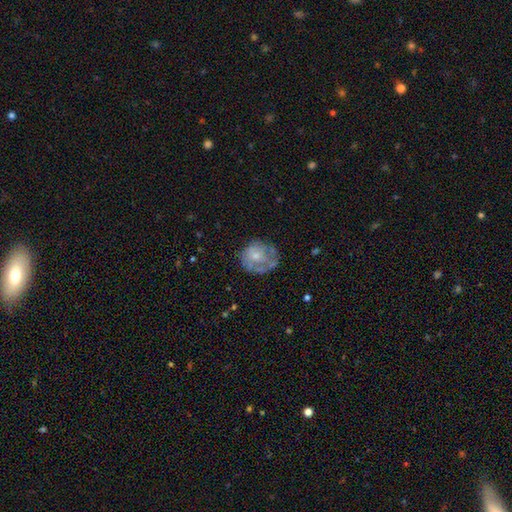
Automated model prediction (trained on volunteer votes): This appears to be a smooth galaxy with no disk features (47%). Merging: none (54%).